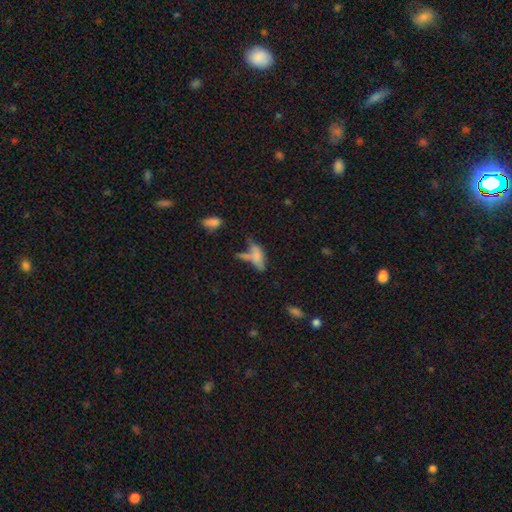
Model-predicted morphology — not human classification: Smooth or featured?
  - smooth: 66% *
  - featured or disk: 22%
  - star or artifact: 12%
How rounded?
  - in between: 59% *
  - cigar-shaped: 37%
  - round: 3%
Merging?
  - merger: 37% *
  - none: 32%
  - minor disturbance: 17%
  - major disturbance: 14%